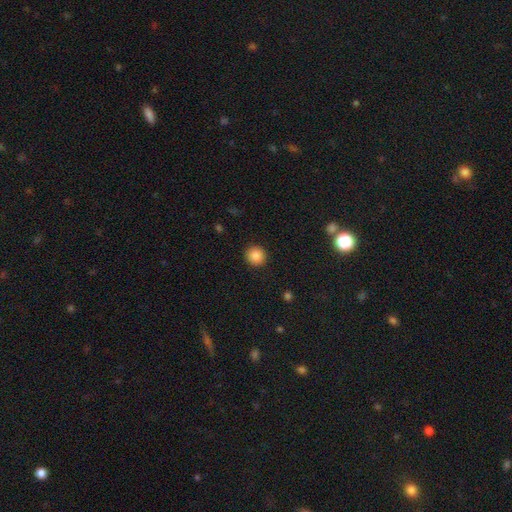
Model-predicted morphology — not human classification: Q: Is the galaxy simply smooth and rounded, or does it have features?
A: smooth — 87%.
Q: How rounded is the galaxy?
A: round — 91%.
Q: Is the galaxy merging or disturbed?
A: none — 91%.